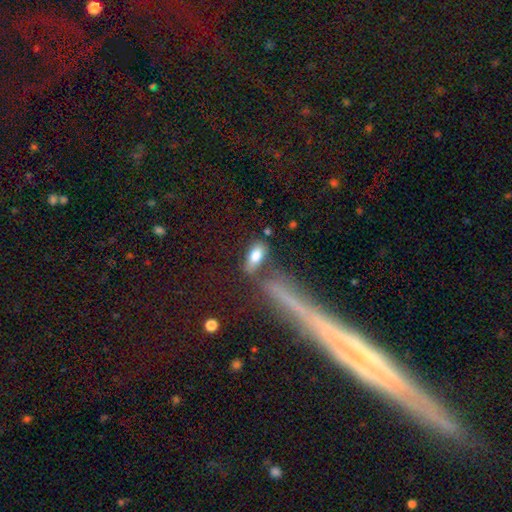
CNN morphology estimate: smooth_or_featured: smooth (p=0.77) [alt: featured or disk p=0.15]
how_rounded: in between (p=0.81) [alt: cigar-shaped p=0.14]
merging: none (p=0.57) [alt: merger p=0.19]